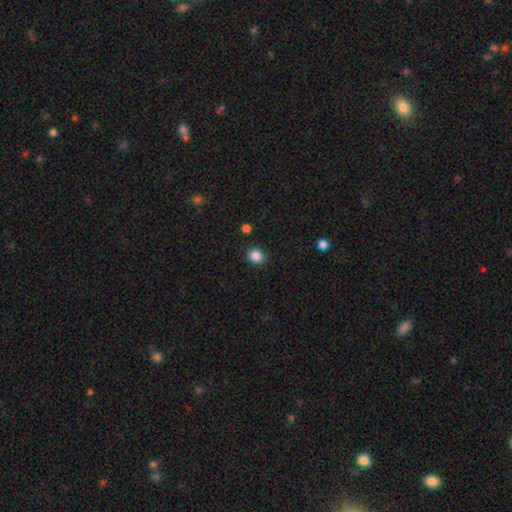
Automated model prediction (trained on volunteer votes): A smooth galaxy with no disk features (86%) that is round (69%).

Vote fractions:
- Smooth or featured? smooth: 86% / star or artifact: 10% / featured or disk: 4%
- How rounded? round: 69% / in between: 31% / cigar-shaped: 1%
- Merging? none: 88% / minor disturbance: 8% / major disturbance: 2% / merger: 2%